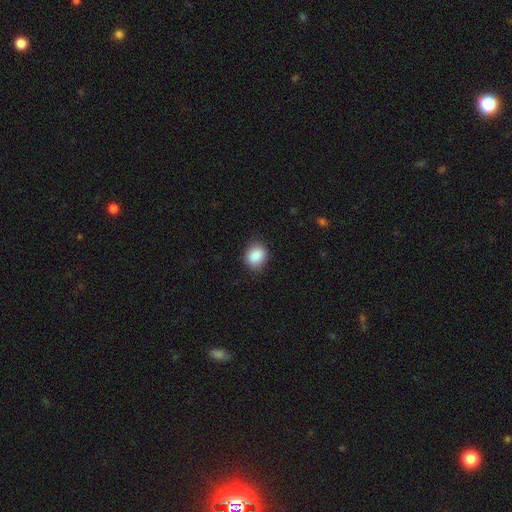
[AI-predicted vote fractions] This appears to be a smooth galaxy with no disk features (88%) that is round (53%). Merging: none (82%).